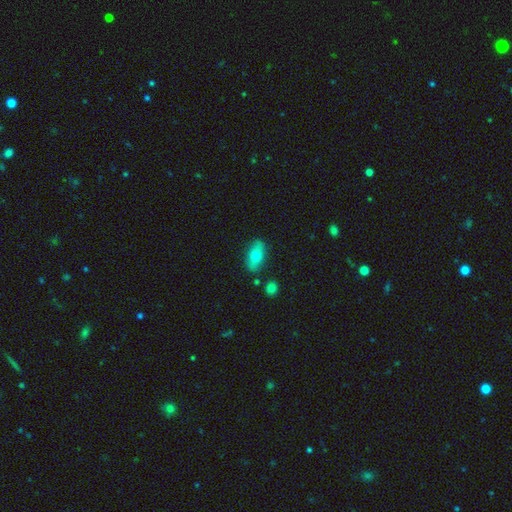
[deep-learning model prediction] smooth-or-featured: smooth: 68% | featured or disk: 24% | star or artifact: 7%
  how-rounded: in between: 83% | cigar-shaped: 12% | round: 5%
  merging: none: 82% | minor disturbance: 12% | merger: 3% | major disturbance: 3%